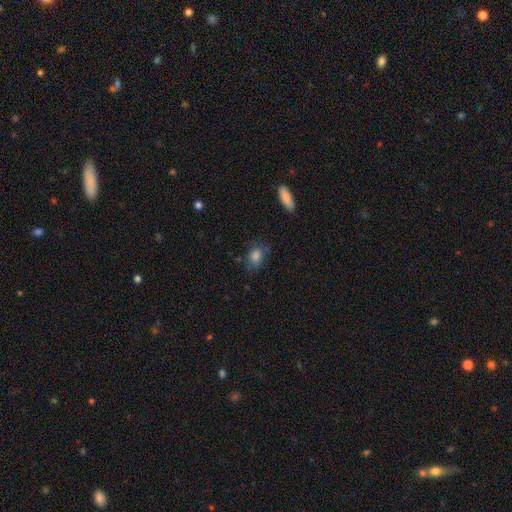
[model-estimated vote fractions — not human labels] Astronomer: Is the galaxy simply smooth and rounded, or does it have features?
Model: smooth — 79%.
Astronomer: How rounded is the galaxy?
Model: in between — 70%.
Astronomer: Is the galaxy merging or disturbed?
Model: none — 63%.